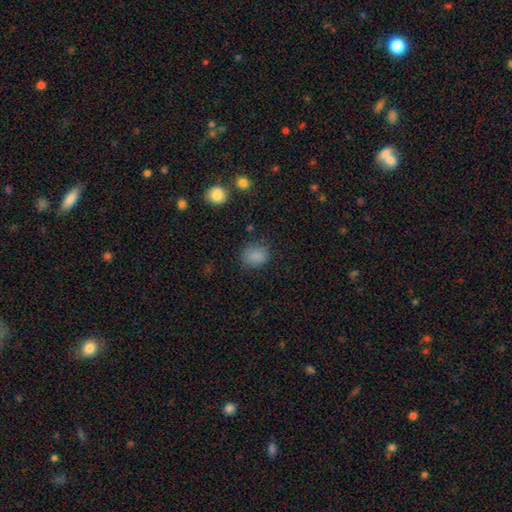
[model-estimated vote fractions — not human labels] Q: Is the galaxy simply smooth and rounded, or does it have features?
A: smooth — 83%.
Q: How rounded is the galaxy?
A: round — 61%.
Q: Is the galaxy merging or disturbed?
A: none — 78%.